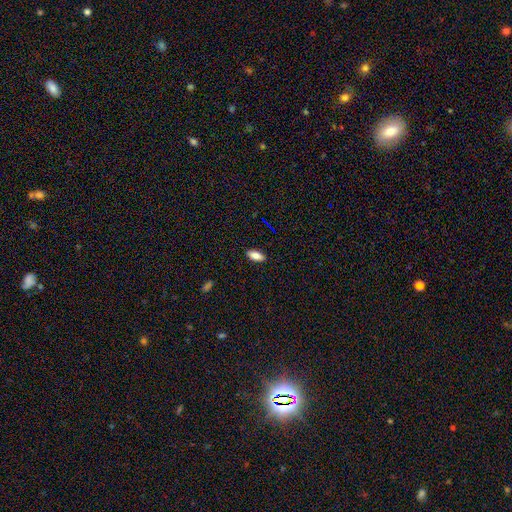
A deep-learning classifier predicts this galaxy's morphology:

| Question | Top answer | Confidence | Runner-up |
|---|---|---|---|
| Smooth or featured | smooth | 80% | featured or disk (11%) |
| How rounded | in between | 85% | cigar-shaped (12%) |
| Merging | none | 89% | minor disturbance (8%) |